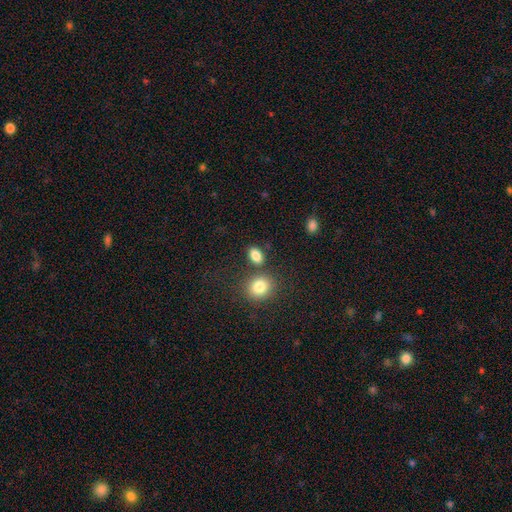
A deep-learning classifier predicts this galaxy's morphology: This is clearly a smooth galaxy (84%). How rounded: likely in between (78%). Merging: likely none (71%).